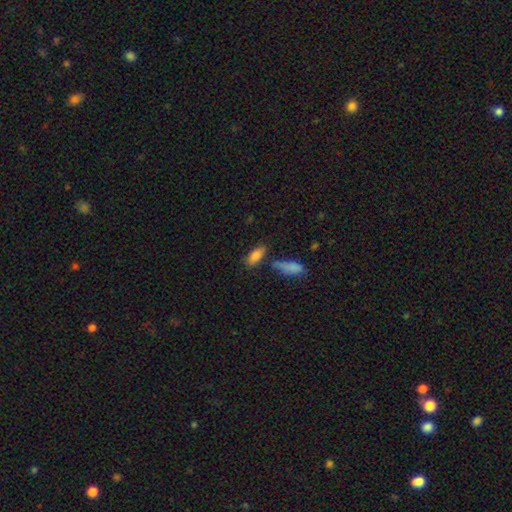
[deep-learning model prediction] Overall: smooth (83%). How rounded: in between (78%). Merging: none (60%).